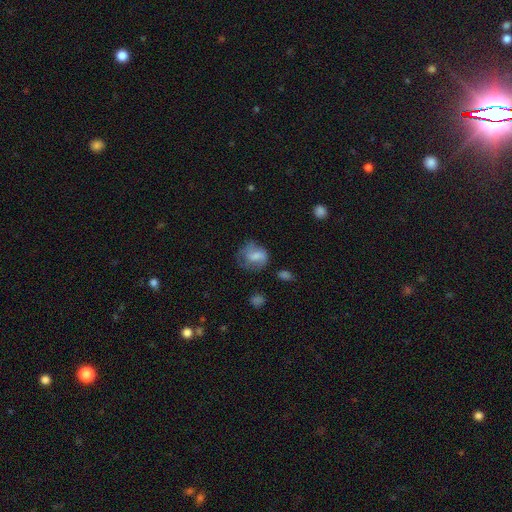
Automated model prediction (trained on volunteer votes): smooth-or-featured: smooth: 59% | featured or disk: 32% | star or artifact: 9%
  how-rounded: round: 58% | in between: 41% | cigar-shaped: 1%
  merging: none: 45% | minor disturbance: 28% | major disturbance: 25% | merger: 3%